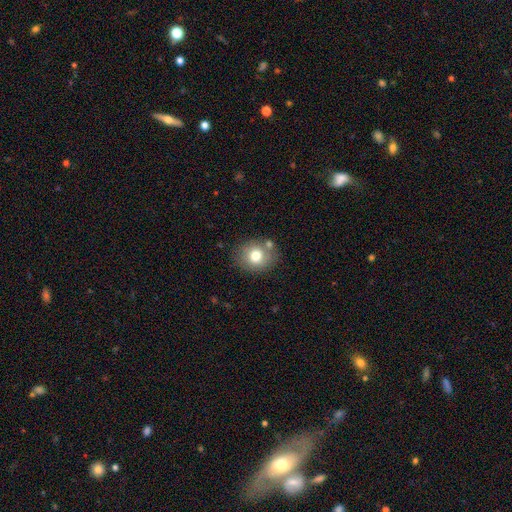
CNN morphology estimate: type=smooth (74%); roundness=round (71%); merging=none (75%).